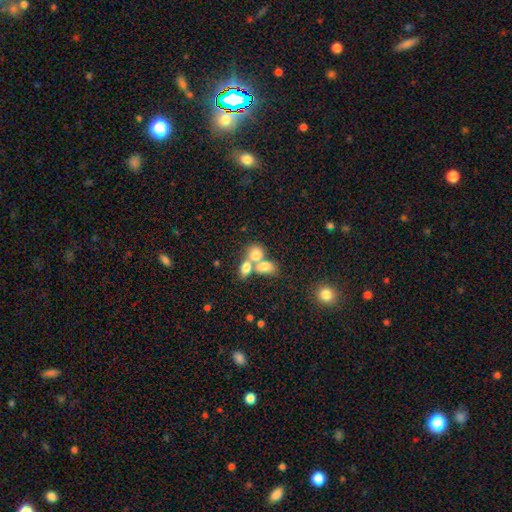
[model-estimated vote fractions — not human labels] Smooth or featured? smooth (72%)
How rounded? in between (57%)
Merging? merger (64%)